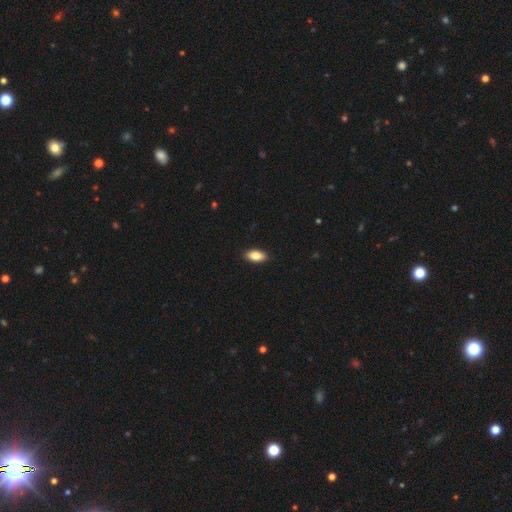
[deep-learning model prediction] smooth_or_featured: smooth (p=0.84) [alt: featured or disk p=0.10]
how_rounded: in between (p=0.90) [alt: cigar-shaped p=0.06]
merging: none (p=0.90) [alt: minor disturbance p=0.08]